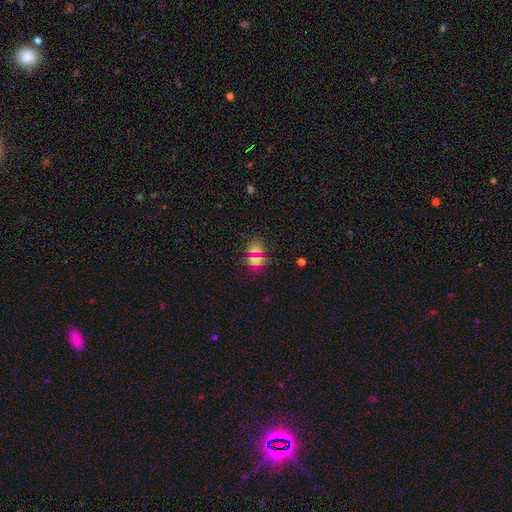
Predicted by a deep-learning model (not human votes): smooth-or-featured: smooth: 55% | star or artifact: 35% | featured or disk: 9%
  how-rounded: round: 65% | in between: 32% | cigar-shaped: 3%
  merging: none: 77% | minor disturbance: 11% | merger: 8% | major disturbance: 5%